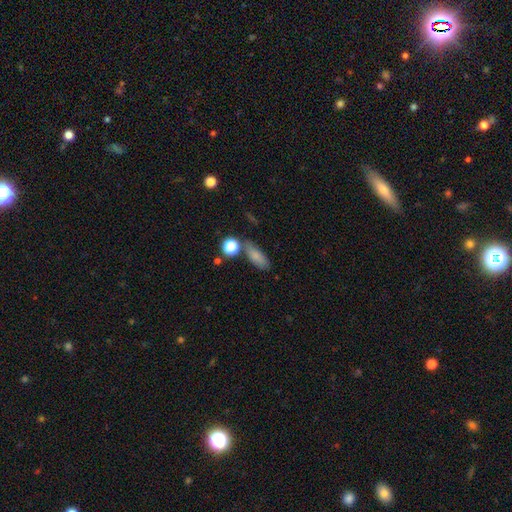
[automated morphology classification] The model was most divided on "merging": none: 62%, minor disturbance: 18%, merger: 13%, major disturbance: 7%. More confident: smooth or featured — smooth (80%); how rounded — in between (68%).